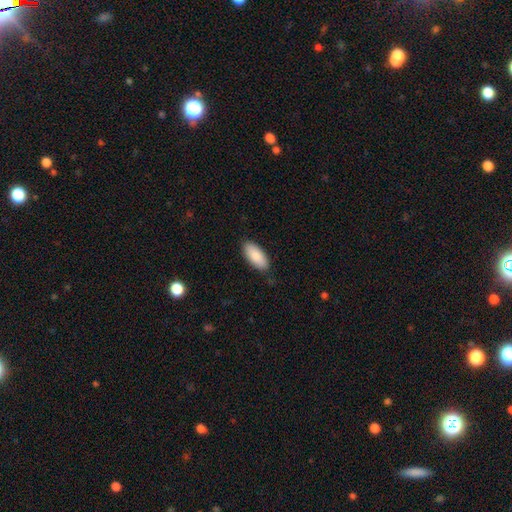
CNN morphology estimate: Smooth or featured?
  - smooth: 87% *
  - featured or disk: 7%
  - star or artifact: 6%
How rounded?
  - in between: 90% *
  - cigar-shaped: 8%
  - round: 2%
Merging?
  - none: 86% *
  - minor disturbance: 11%
  - major disturbance: 2%
  - merger: 1%